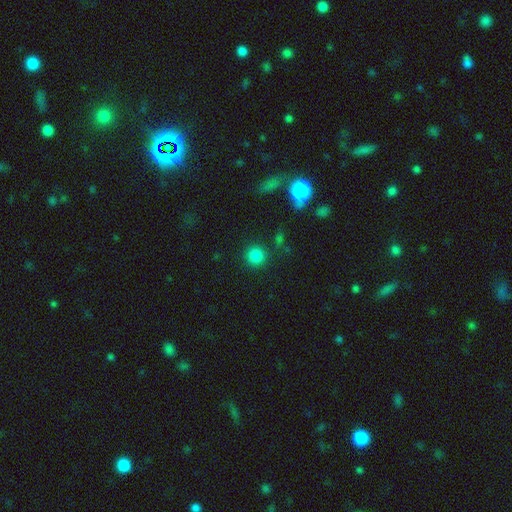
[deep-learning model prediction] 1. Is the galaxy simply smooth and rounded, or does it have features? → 83% smooth, 12% star or artifact, 4% featured or disk.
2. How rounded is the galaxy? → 93% round, 6% in between, 1% cigar-shaped.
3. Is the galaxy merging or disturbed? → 87% none, 7% minor disturbance, 3% major disturbance, 3% merger.